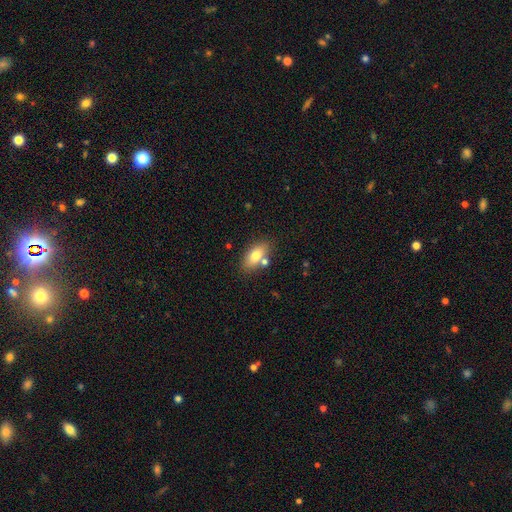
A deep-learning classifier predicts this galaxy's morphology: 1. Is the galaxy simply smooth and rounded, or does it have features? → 76% smooth, 16% featured or disk, 8% star or artifact.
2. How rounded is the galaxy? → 86% in between, 8% cigar-shaped, 6% round.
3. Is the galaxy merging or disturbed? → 73% none, 12% minor disturbance, 12% merger, 3% major disturbance.